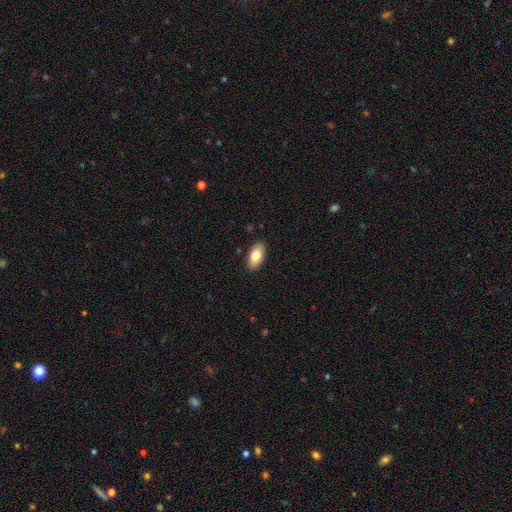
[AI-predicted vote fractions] Smooth or featured?
  - smooth: 79% *
  - featured or disk: 14%
  - star or artifact: 7%
How rounded?
  - in between: 93% *
  - cigar-shaped: 4%
  - round: 3%
Merging?
  - none: 89% *
  - minor disturbance: 9%
  - major disturbance: 2%
  - merger: 1%